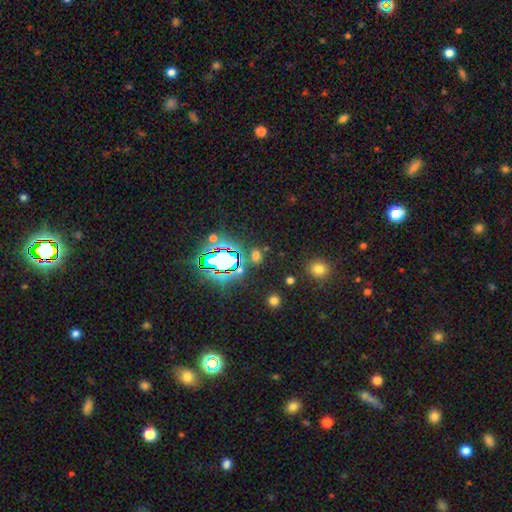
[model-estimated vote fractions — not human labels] Smooth or featured?
  - smooth: 48% *
  - star or artifact: 45%
  - featured or disk: 7%
Merging?
  - none: 80% *
  - minor disturbance: 9%
  - merger: 7%
  - major disturbance: 4%